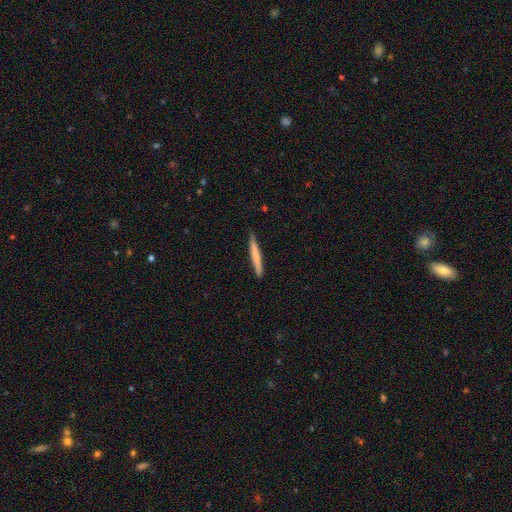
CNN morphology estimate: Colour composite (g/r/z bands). It shows a smooth galaxy with no disk features (68%) that is cigar-shaped (96%). Merging: none (89%).